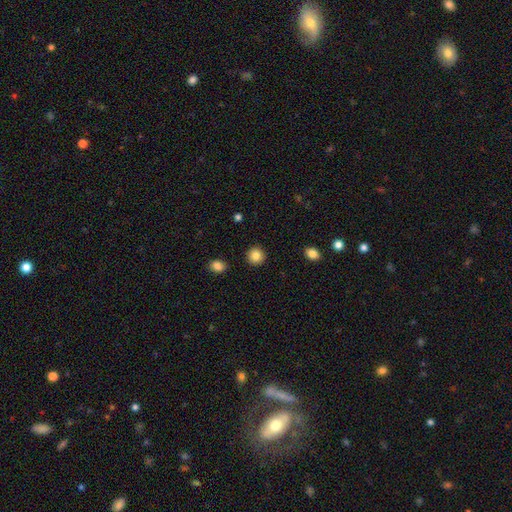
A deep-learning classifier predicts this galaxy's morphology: This appears to be a smooth galaxy with no disk features (85%) that is round (92%). Merging: none (92%).